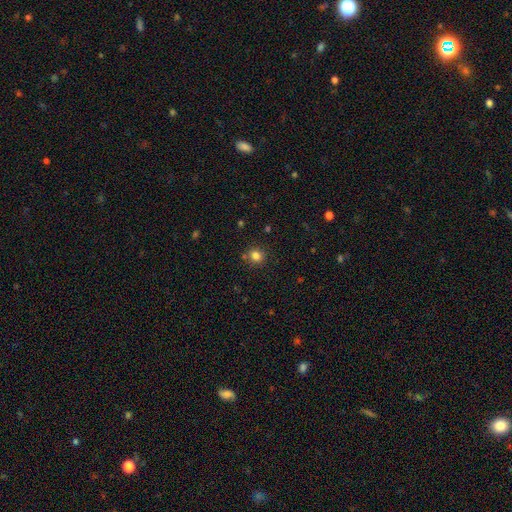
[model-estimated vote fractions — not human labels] smooth-or-featured: smooth: 81% | star or artifact: 13% | featured or disk: 6%
  how-rounded: round: 82% | in between: 17% | cigar-shaped: 1%
  merging: none: 80% | minor disturbance: 10% | merger: 7% | major disturbance: 3%